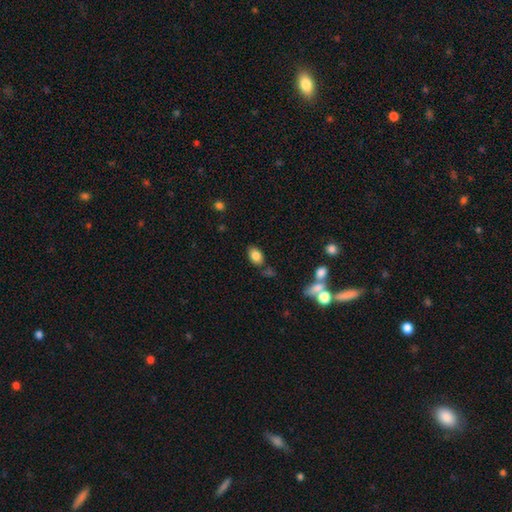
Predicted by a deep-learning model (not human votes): Morphology: type=smooth (83%); roundness=in between (86%); merging=none (76%).